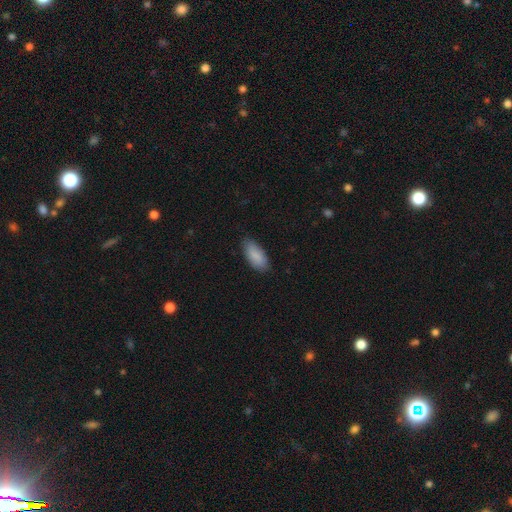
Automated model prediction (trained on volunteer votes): Smooth or featured? Predicted: smooth (p=0.87). How rounded? Predicted: in between (p=0.88). Merging? Predicted: none (p=0.81).